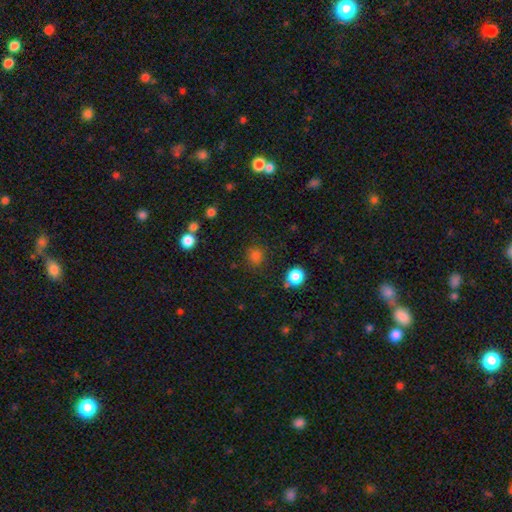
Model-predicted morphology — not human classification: The model was most divided on "smooth or featured": smooth: 78%, star or artifact: 17%, featured or disk: 5%. More confident: how rounded — round (84%); merging — none (84%).